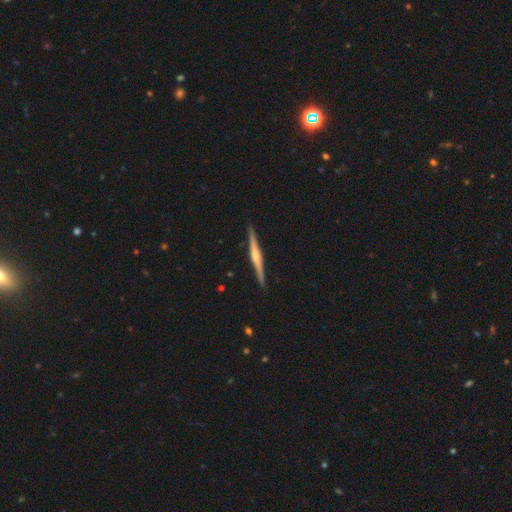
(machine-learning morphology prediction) The model was most divided on "smooth or featured": featured or disk: 77%, smooth: 19%, star or artifact: 5%. More confident: edge-on disk — yes (98%); merging — none (90%); edge-on bulge — rounded (77%).